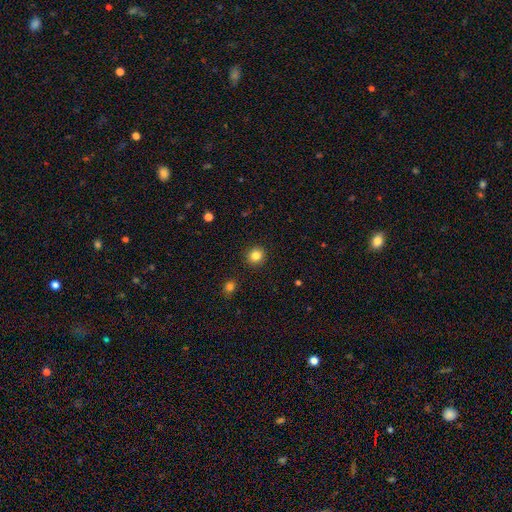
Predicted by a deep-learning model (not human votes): Smooth or featured? smooth (83%)
How rounded? round (90%)
Merging? none (92%)